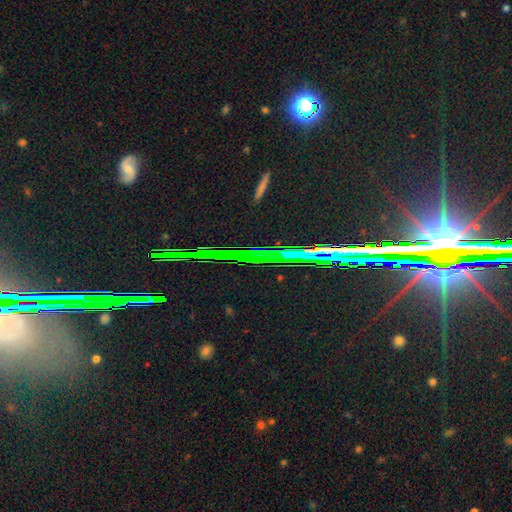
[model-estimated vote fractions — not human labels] smooth_or_featured: star or artifact (p=0.80) [alt: featured or disk p=0.12]